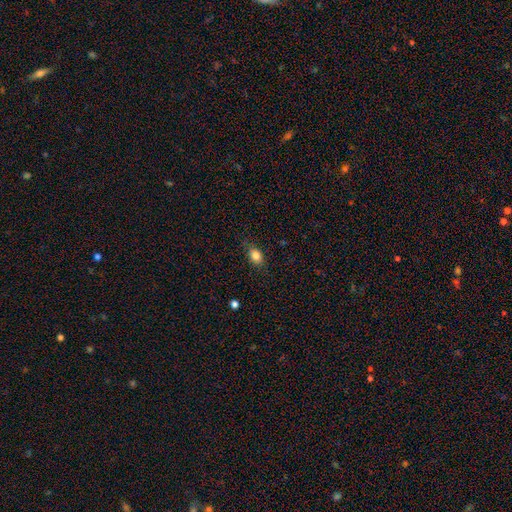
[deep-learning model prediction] Smooth or featured: smooth — 83% (star or artifact — 10%)
How rounded: in between — 70% (round — 28%)
Merging: none — 80% (minor disturbance — 16%)